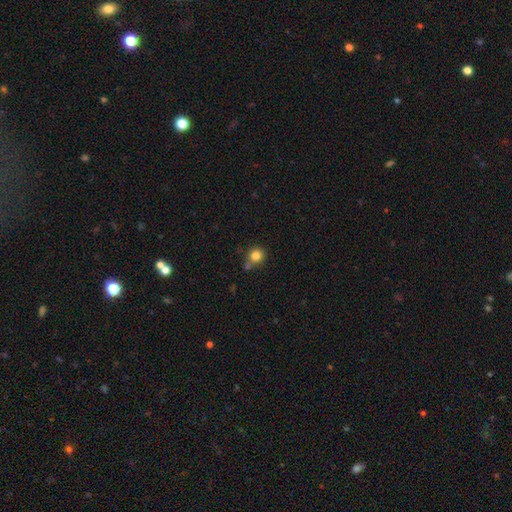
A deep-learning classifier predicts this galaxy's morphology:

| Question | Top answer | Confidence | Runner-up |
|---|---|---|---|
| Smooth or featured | smooth | 83% | star or artifact (11%) |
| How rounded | round | 87% | in between (12%) |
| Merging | none | 65% | merger (16%) |